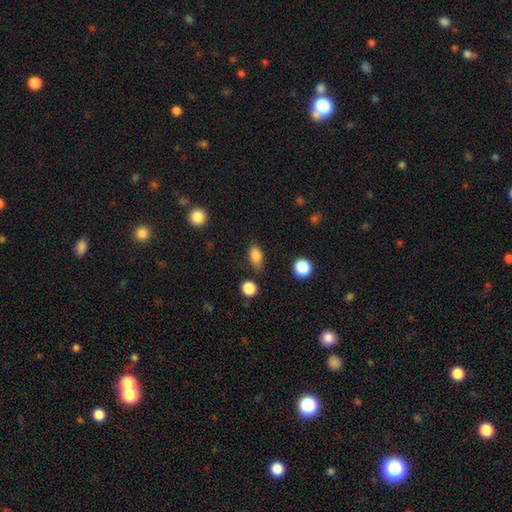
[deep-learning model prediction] smooth-or-featured: smooth: 84% | star or artifact: 9% | featured or disk: 7%
  how-rounded: in between: 82% | round: 13% | cigar-shaped: 4%
  merging: none: 69% | minor disturbance: 22% | major disturbance: 5% | merger: 4%